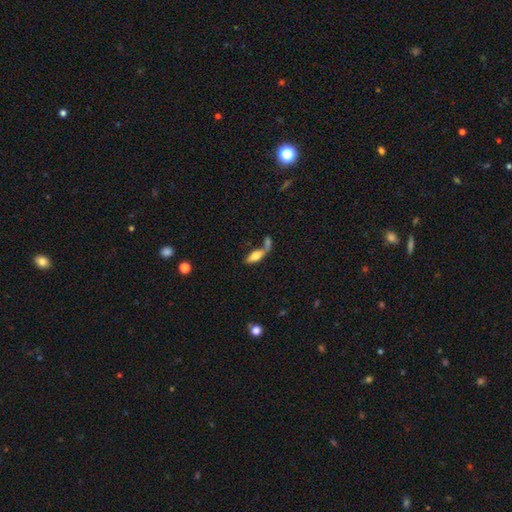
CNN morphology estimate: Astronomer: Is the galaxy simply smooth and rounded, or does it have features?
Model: smooth — 67%.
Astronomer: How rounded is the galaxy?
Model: in between — 71%.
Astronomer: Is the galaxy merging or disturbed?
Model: merger — 42% (runner-up: none, 38%).